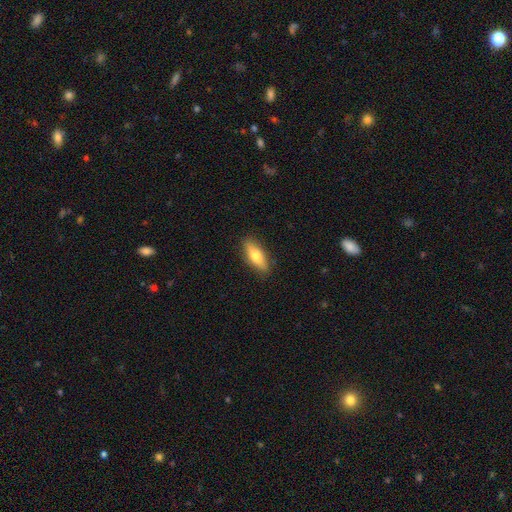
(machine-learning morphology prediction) smooth-or-featured: smooth: 66% | featured or disk: 28% | star or artifact: 6%
  how-rounded: in between: 61% | cigar-shaped: 36% | round: 3%
  merging: none: 87% | minor disturbance: 10% | major disturbance: 2% | merger: 1%